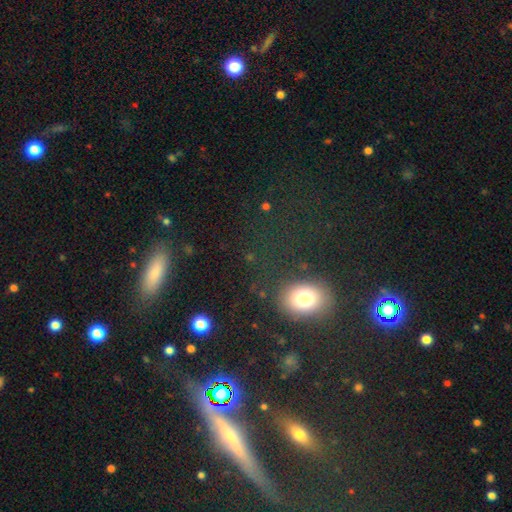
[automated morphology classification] Smooth or featured?
  - smooth: 59% *
  - star or artifact: 29%
  - featured or disk: 12%
How rounded?
  - in between: 53% *
  - round: 37%
  - cigar-shaped: 10%
Merging?
  - none: 75% *
  - minor disturbance: 13%
  - major disturbance: 8%
  - merger: 3%